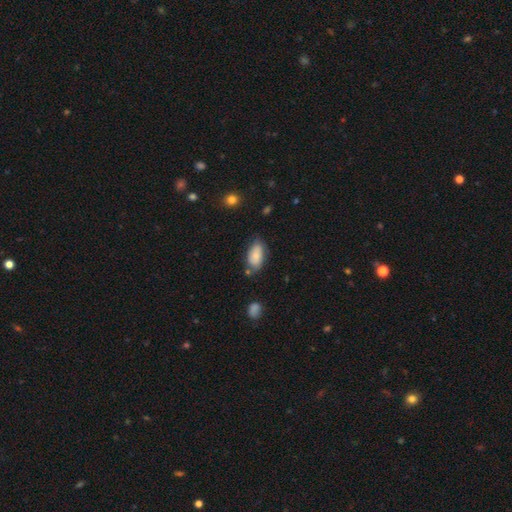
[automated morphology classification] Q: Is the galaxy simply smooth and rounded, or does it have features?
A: smooth — 77%.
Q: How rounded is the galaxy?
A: in between — 92%.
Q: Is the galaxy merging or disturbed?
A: none — 63%.